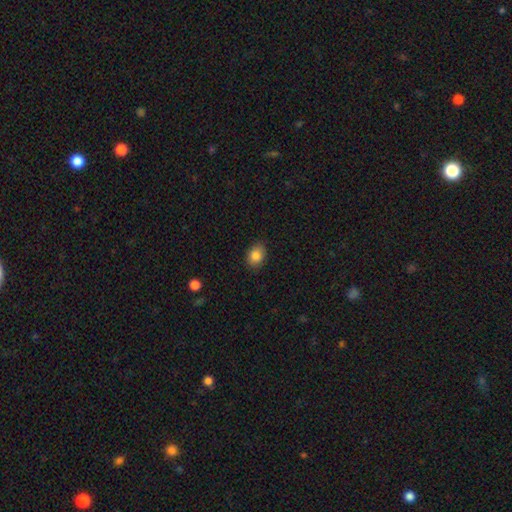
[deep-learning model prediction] smooth-or-featured: smooth: 85% | star or artifact: 9% | featured or disk: 6%
  how-rounded: in between: 65% | round: 34% | cigar-shaped: 1%
  merging: none: 85% | minor disturbance: 12% | major disturbance: 2% | merger: 1%